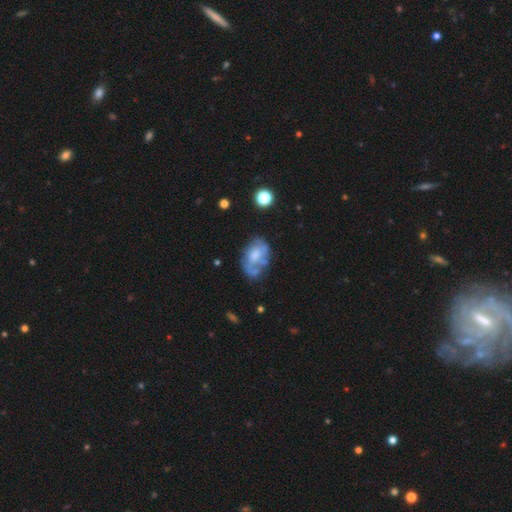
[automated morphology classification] The model was most divided on "spiral arms": yes: 53%, no: 47%. Remaining: edge-on disk — no (96%); bar — no (71%); smooth or featured — featured or disk (57%); merging — none (43%); bulge size — moderate (38%).